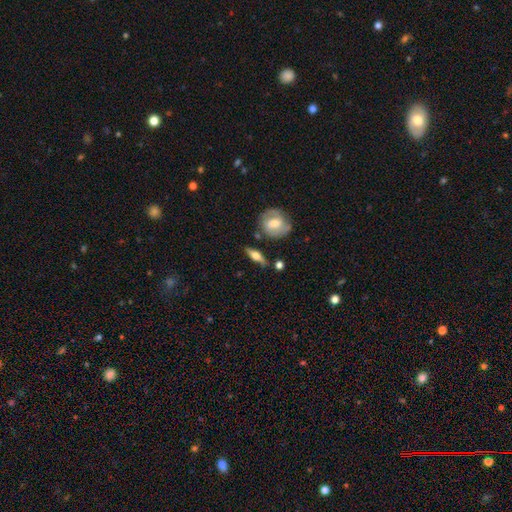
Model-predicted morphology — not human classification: type=featured or disk (50%); merging=none (73%).